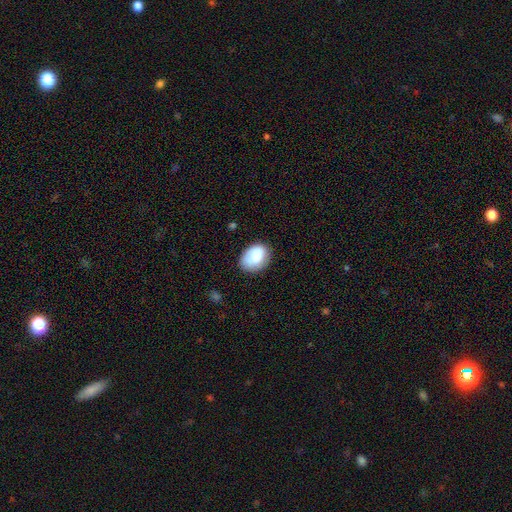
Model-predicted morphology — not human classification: Overall: smooth (81%). How rounded: in between (78%). Merging: none (68%).